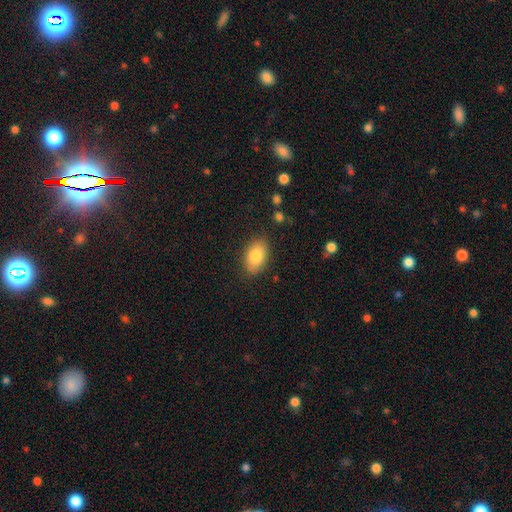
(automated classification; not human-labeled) A smooth galaxy with no disk features (83%) that is in between round and cigar-shaped (91%).

Vote fractions:
- Smooth or featured? smooth: 83% / featured or disk: 10% / star or artifact: 7%
- How rounded? in between: 91% / round: 8% / cigar-shaped: 2%
- Merging? none: 86% / minor disturbance: 11% / major disturbance: 3% / merger: 1%